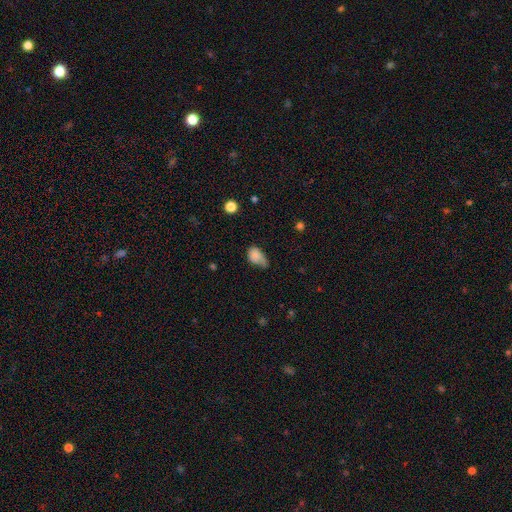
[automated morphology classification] A smooth galaxy with no disk features (81%) that is in between round and cigar-shaped (76%). Merging: minor disturbance (44%).